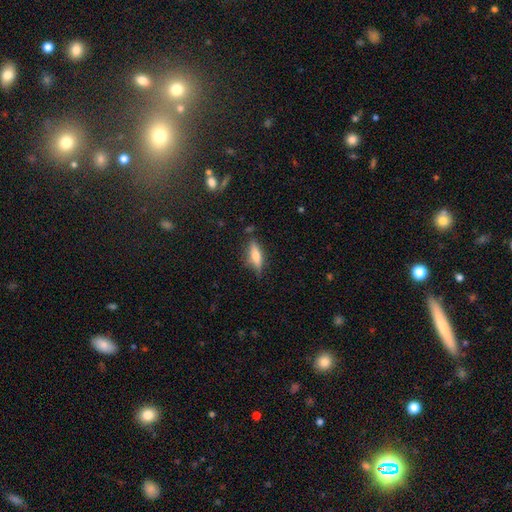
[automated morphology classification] smooth-or-featured: smooth: 51% | featured or disk: 41% | star or artifact: 7%
  how-rounded: cigar-shaped: 59% | in between: 38% | round: 2%
  merging: none: 76% | minor disturbance: 18% | major disturbance: 4% | merger: 3%